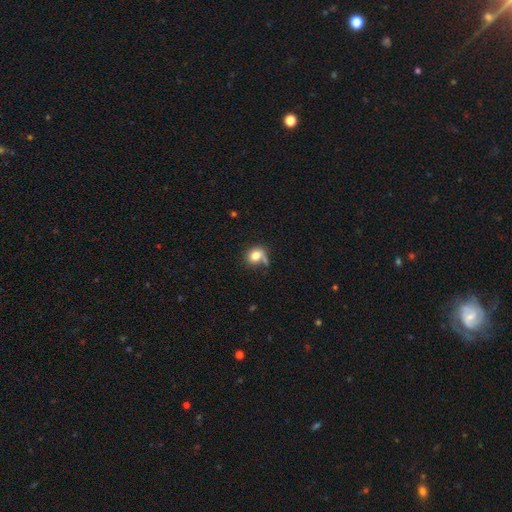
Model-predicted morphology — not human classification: This is likely a smooth galaxy (80%). How rounded: likely round (62%). Merging: possibly none (52%).